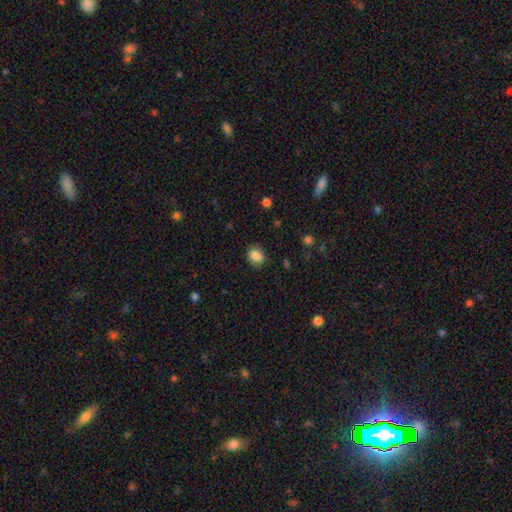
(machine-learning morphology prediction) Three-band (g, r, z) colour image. It shows a smooth galaxy with no disk features (87%) that is in between round and cigar-shaped (54%). Merging: none (84%).